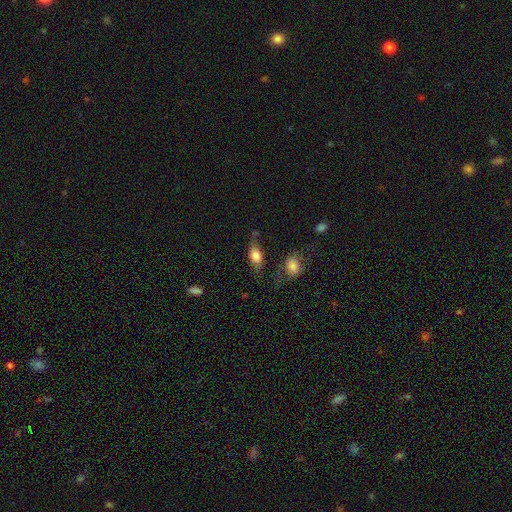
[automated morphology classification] smooth_or_featured: smooth (p=0.74) [alt: featured or disk p=0.18]
how_rounded: in between (p=0.83) [alt: cigar-shaped p=0.09]
merging: none (p=0.56) [alt: minor disturbance p=0.24]